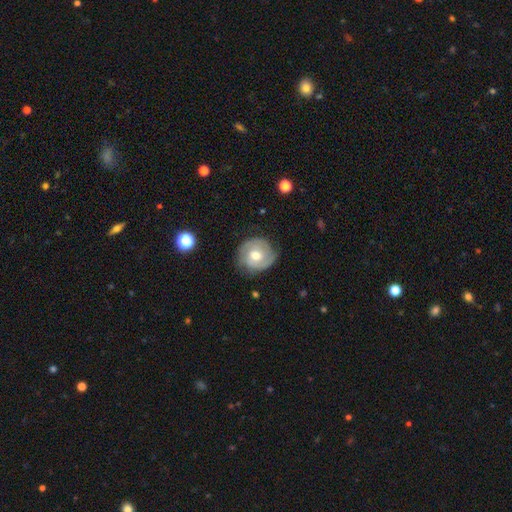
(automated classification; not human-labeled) This appears to be a featured or disk galaxy (68%) with no bar (66%), 2 (64%) tight (60%) spiral arms (84%) and a moderate central bulge (75%). Merging: none (74%).